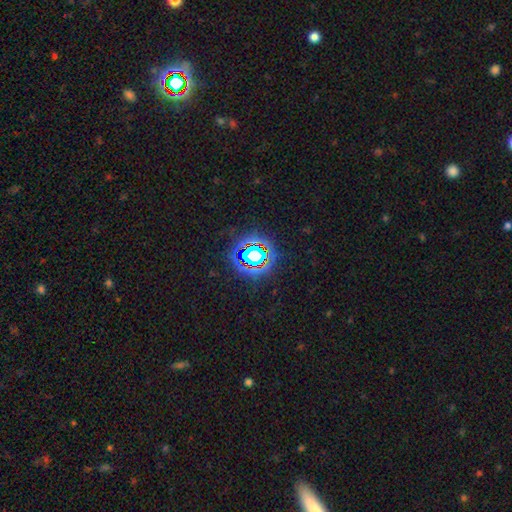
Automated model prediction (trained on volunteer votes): The model was most divided on "smooth or featured": star or artifact: 74%, smooth: 15%, featured or disk: 10%.